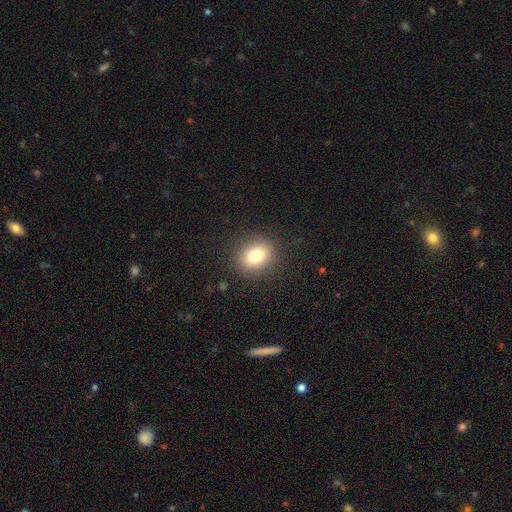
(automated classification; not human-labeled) Smooth or featured: smooth — 78% (star or artifact — 12%)
How rounded: round — 62% (in between — 37%)
Merging: none — 88% (minor disturbance — 8%)